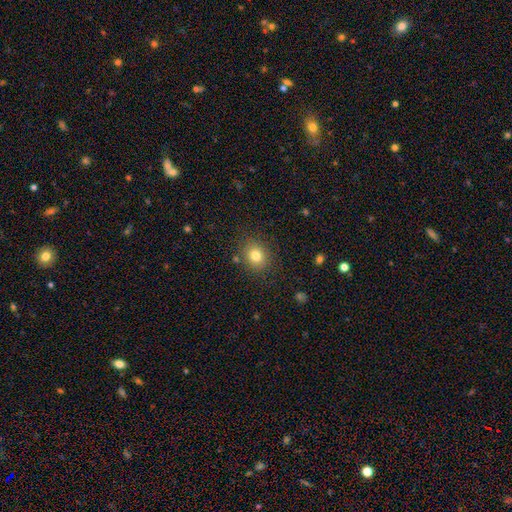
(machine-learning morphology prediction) Overall: smooth (80%). How rounded: round (68%; in between 32%). Merging: none (84%).